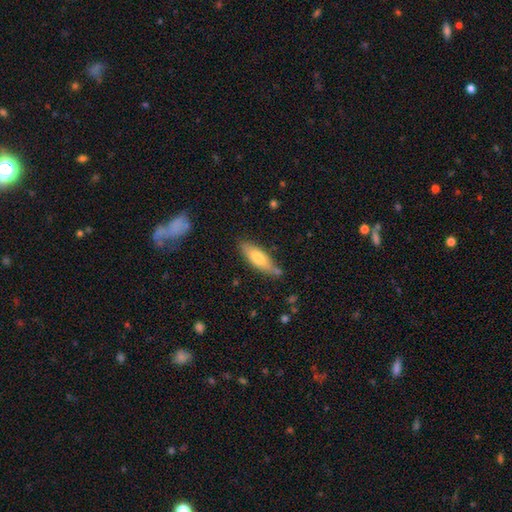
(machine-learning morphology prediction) smooth_or_featured: smooth (p=0.65) [alt: featured or disk p=0.28]
how_rounded: cigar-shaped (p=0.50) [alt: in between p=0.47]
merging: none (p=0.75) [alt: minor disturbance p=0.18]